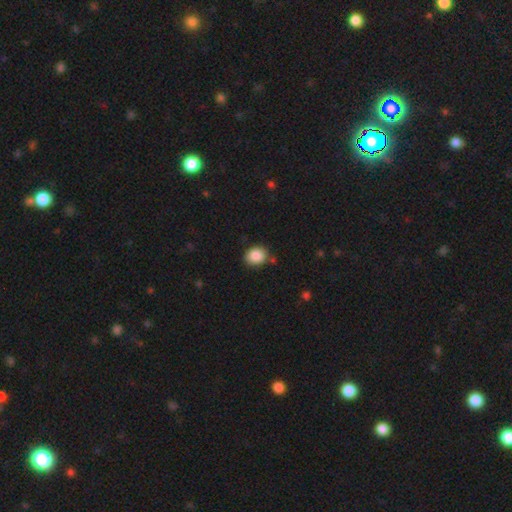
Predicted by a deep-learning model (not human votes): A smooth galaxy with no disk features (87%) that is round (58%).

Vote fractions:
- Smooth or featured? smooth: 87% / star or artifact: 8% / featured or disk: 4%
- How rounded? round: 58% / in between: 41% / cigar-shaped: 1%
- Merging? none: 81% / minor disturbance: 12% / merger: 4% / major disturbance: 3%